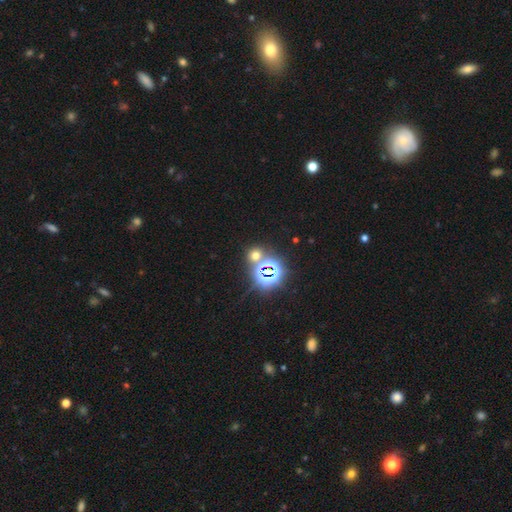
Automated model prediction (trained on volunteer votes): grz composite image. It shows a star or artifact, not a galaxy (51%).